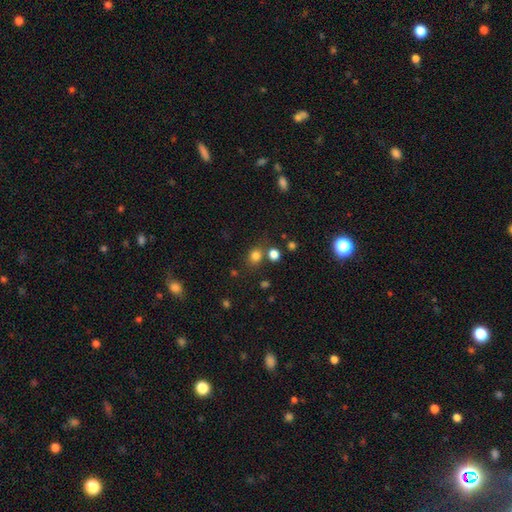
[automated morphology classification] smooth_or_featured: smooth (p=0.78) [alt: star or artifact p=0.16]
how_rounded: round (p=0.69) [alt: in between p=0.30]
merging: none (p=0.71) [alt: merger p=0.14]